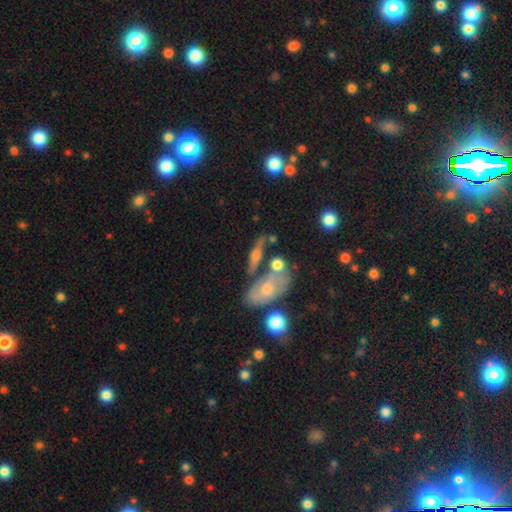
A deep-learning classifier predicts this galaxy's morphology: type=featured or disk (50%); merging=none (49%).